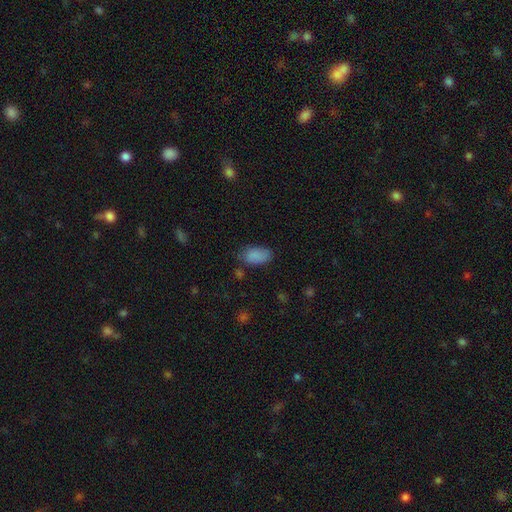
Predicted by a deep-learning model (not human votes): A smooth galaxy with no disk features (86%) that is in between round and cigar-shaped (93%).

Vote fractions:
- Smooth or featured? smooth: 86% / star or artifact: 8% / featured or disk: 5%
- How rounded? in between: 93% / round: 4% / cigar-shaped: 2%
- Merging? none: 70% / minor disturbance: 22% / major disturbance: 6% / merger: 3%